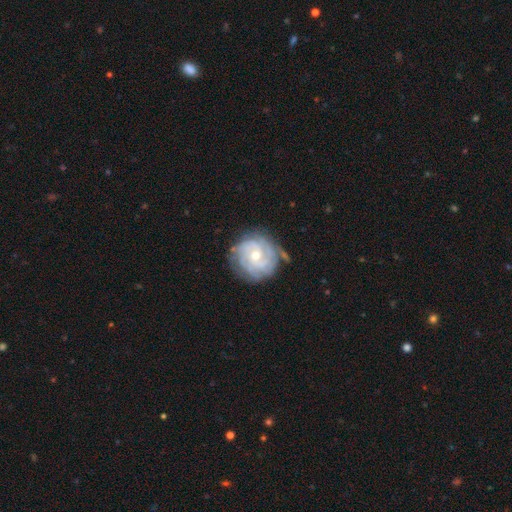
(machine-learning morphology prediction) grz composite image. It shows a featured or disk galaxy (83%) with no bar (70%), tight (74%) spiral arms (94%) and a small central bulge (50%). Merging: none (74%).